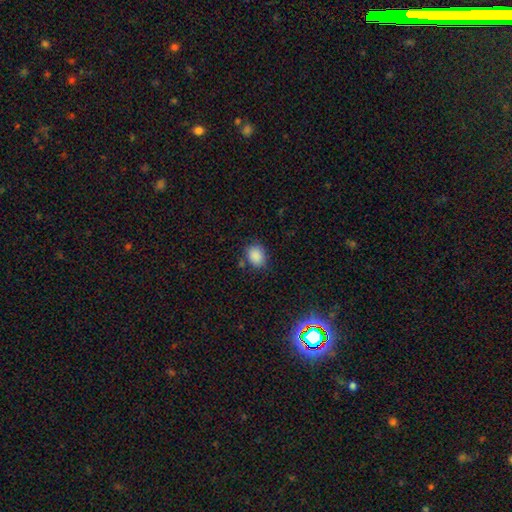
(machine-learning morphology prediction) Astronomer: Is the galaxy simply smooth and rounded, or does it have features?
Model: smooth — 87%.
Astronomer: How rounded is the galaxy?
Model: in between — 52% (runner-up: round, 47%).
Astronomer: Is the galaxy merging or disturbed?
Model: none — 76%.